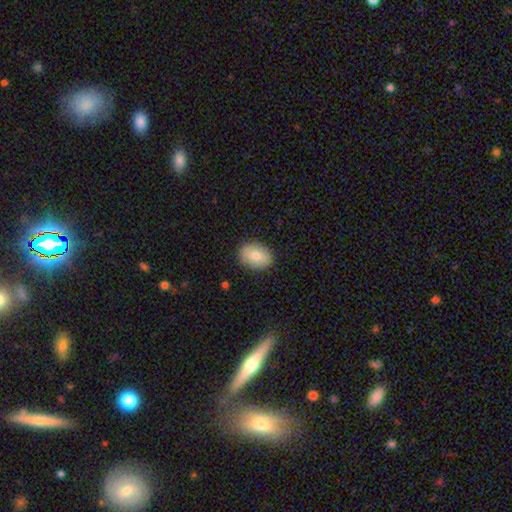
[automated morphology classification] Smooth or featured? Predicted: smooth (p=0.77). How rounded? Predicted: in between (p=0.74). Merging? Predicted: none (p=0.87).